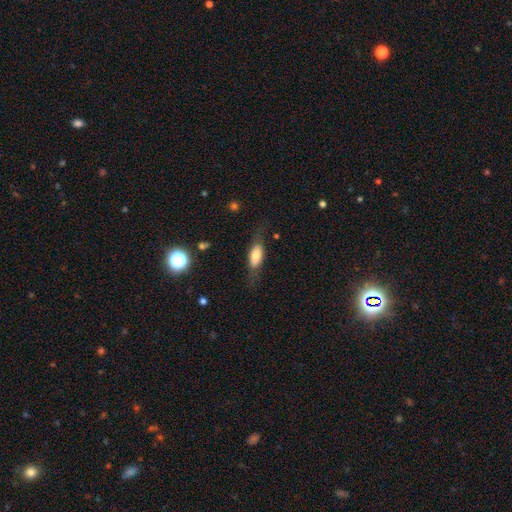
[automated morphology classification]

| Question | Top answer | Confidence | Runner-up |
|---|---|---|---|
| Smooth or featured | smooth | 65% | featured or disk (28%) |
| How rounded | in between | 70% | cigar-shaped (26%) |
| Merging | none | 68% | minor disturbance (20%) |